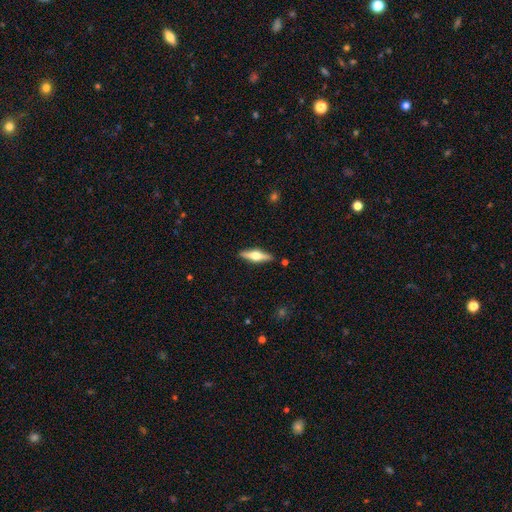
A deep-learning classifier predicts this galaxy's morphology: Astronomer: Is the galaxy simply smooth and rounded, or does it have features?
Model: featured or disk — 64%.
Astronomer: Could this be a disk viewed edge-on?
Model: yes — 96%.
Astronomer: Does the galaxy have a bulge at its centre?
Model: rounded — 94%.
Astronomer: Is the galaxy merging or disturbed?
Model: none — 89%.